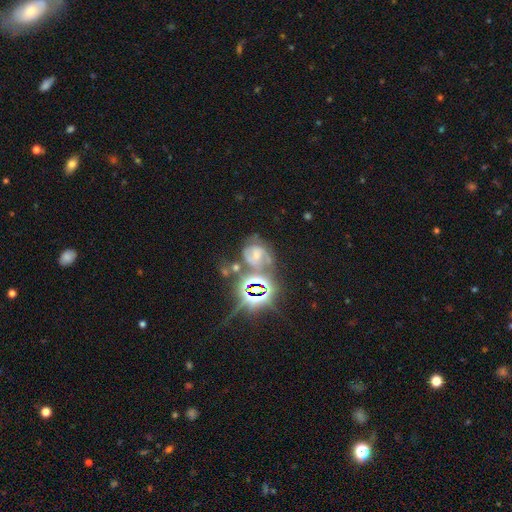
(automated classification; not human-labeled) Overall: featured or disk (46%; star or artifact 32%). Merging: none (39%; major disturbance 21%).